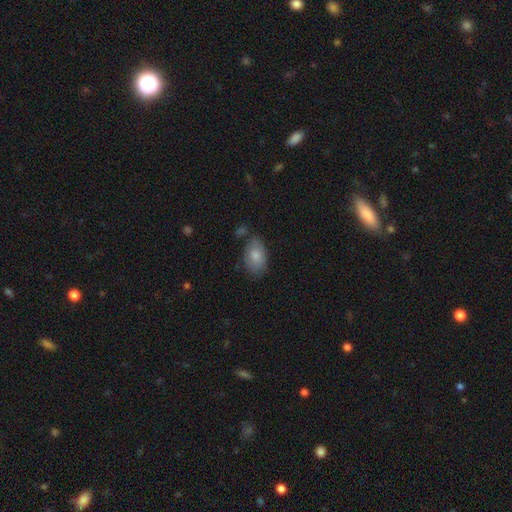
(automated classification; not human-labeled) A smooth galaxy with no disk features (79%) that is in between round and cigar-shaped (89%).

Vote fractions:
- Smooth or featured? smooth: 79% / featured or disk: 14% / star or artifact: 6%
- How rounded? in between: 89% / round: 10% / cigar-shaped: 1%
- Merging? none: 64% / minor disturbance: 24% / major disturbance: 6% / merger: 6%